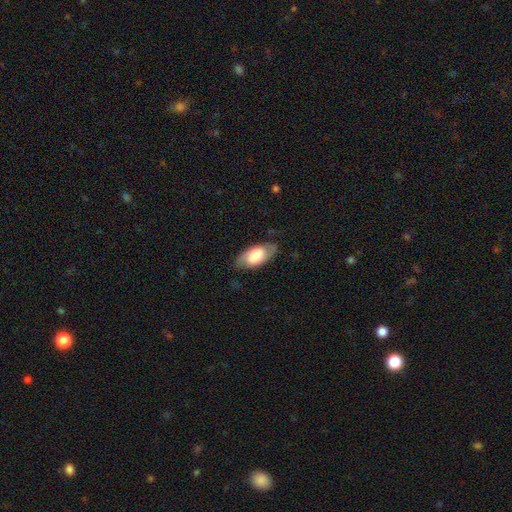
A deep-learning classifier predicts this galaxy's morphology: Q: Smooth or featured?
A: smooth (59%); runner-up: featured or disk (34%)
Q: How rounded?
A: in between (92%); runner-up: cigar-shaped (6%)
Q: Merging?
A: none (74%); runner-up: minor disturbance (18%)